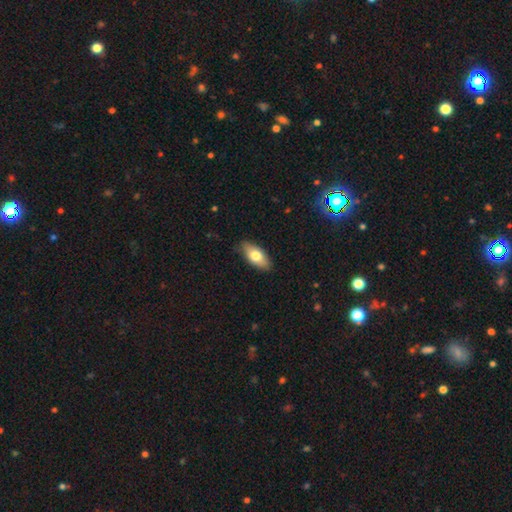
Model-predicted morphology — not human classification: Smooth or featured: smooth — 70% (featured or disk — 24%)
How rounded: in between — 85% (cigar-shaped — 12%)
Merging: none — 84% (minor disturbance — 13%)